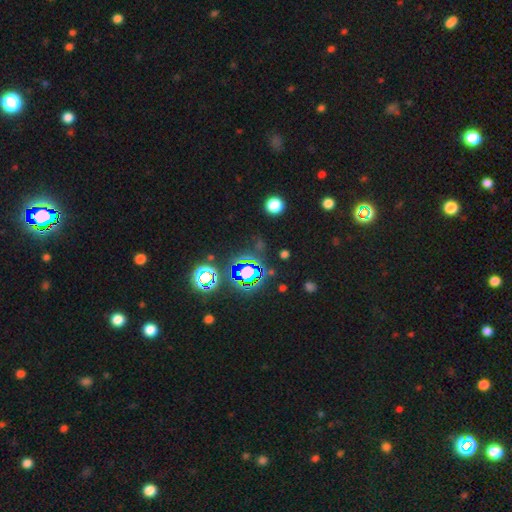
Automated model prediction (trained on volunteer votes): This appears to be a star or artifact, not a galaxy (79%).